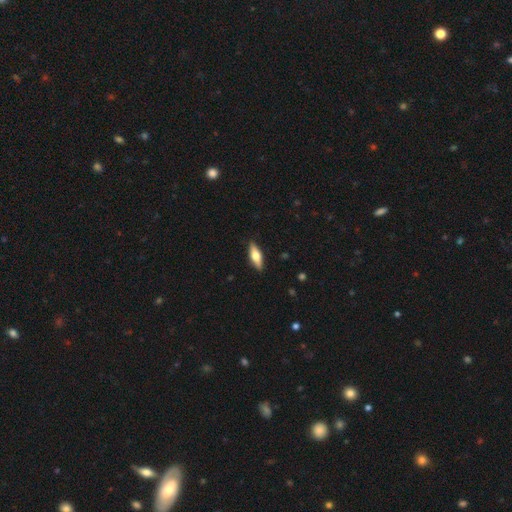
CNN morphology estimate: Smooth or featured: smooth — 54% (featured or disk — 41%)
How rounded: in between — 55% (cigar-shaped — 43%)
Merging: none — 89% (minor disturbance — 8%)